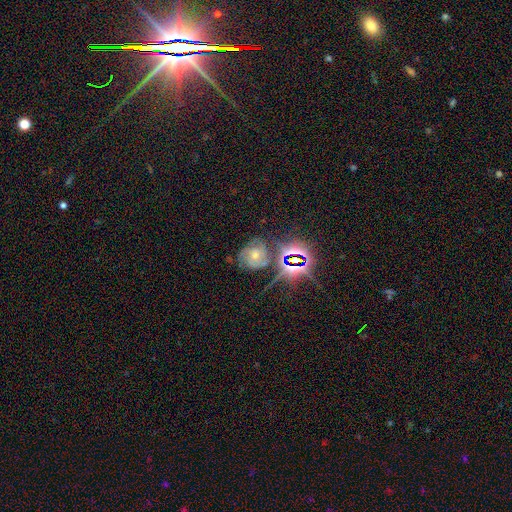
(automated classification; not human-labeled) smooth_or_featured: featured or disk (p=0.52) [alt: star or artifact p=0.28]
disk_edge_on: no (p=0.96) [alt: yes p=0.04]
merging: none (p=0.61) [alt: minor disturbance p=0.21]